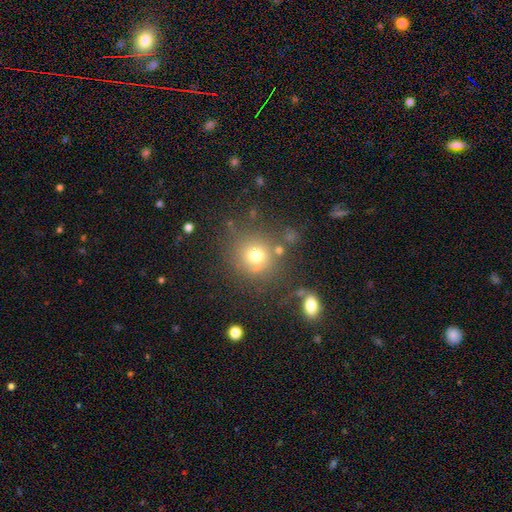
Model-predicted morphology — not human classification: This is likely a smooth galaxy (71%). How rounded: clearly round (89%). Merging: likely none (70%).